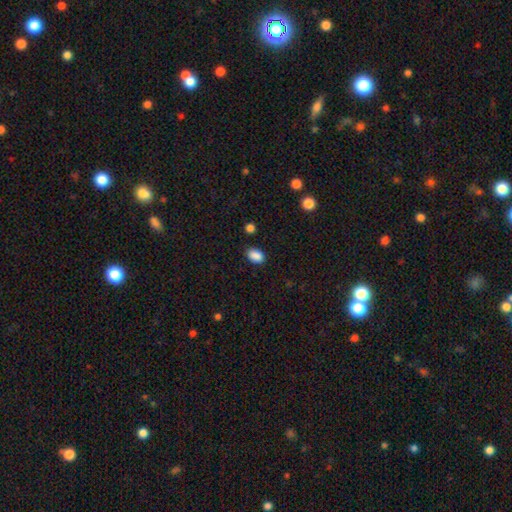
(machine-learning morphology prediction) Smooth or featured? smooth (89%)
How rounded? in between (85%)
Merging? none (84%)